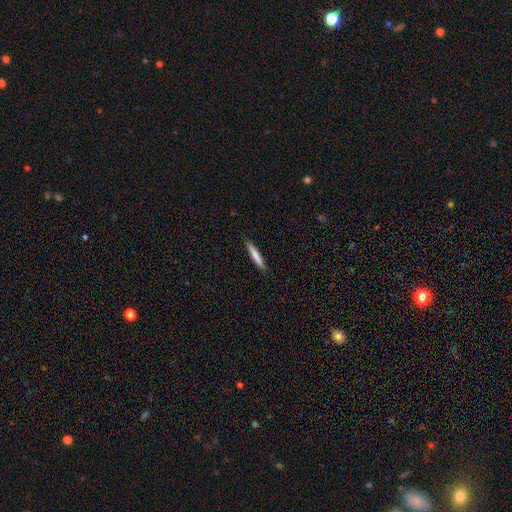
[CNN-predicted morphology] Smooth or featured? smooth (76%)
How rounded? cigar-shaped (94%)
Merging? none (90%)